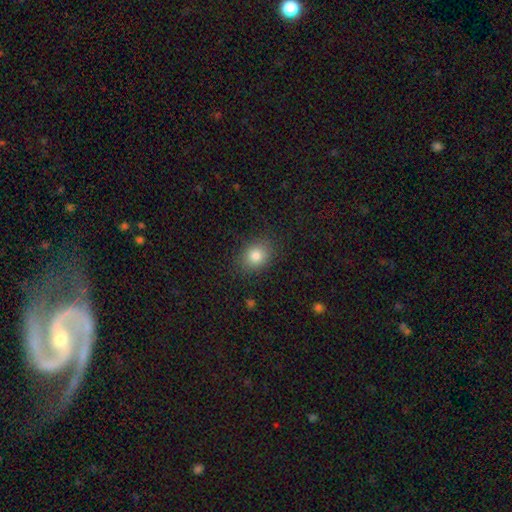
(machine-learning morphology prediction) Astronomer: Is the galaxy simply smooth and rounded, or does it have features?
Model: smooth — 82%.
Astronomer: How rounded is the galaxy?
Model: in between — 52% (runner-up: round, 47%).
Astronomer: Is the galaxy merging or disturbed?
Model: none — 85%.